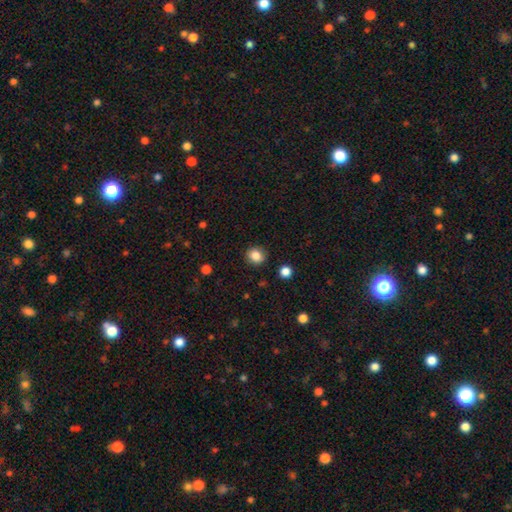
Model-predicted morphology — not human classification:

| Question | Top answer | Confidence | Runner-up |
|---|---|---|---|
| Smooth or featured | smooth | 85% | star or artifact (10%) |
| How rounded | round | 80% | in between (19%) |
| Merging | none | 89% | minor disturbance (7%) |